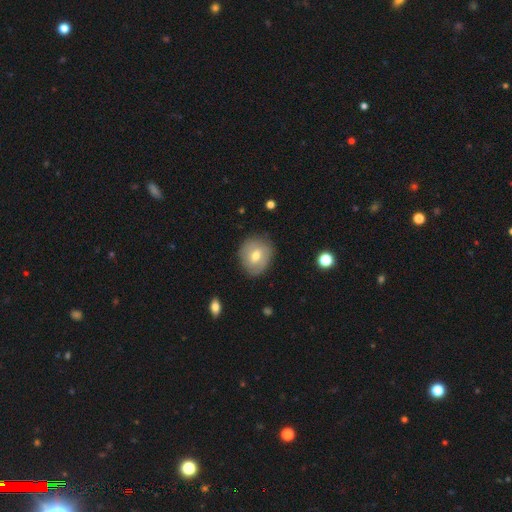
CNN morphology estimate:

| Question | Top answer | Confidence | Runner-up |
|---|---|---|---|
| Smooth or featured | smooth | 54% | featured or disk (38%) |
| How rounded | round | 69% | in between (30%) |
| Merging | none | 78% | minor disturbance (16%) |